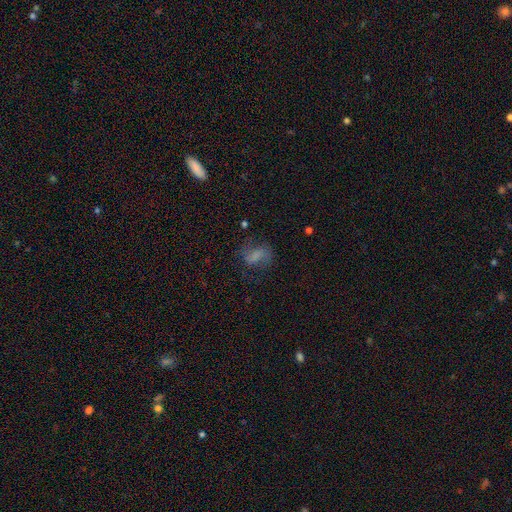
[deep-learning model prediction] Smooth or featured? smooth (45%)
Merging? none (59%)